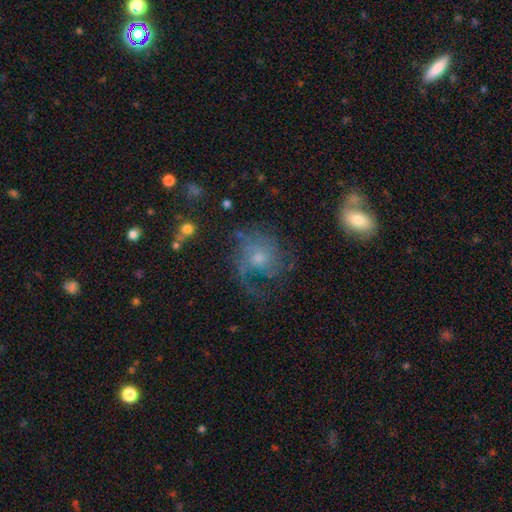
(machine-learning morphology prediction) featured or disk 67%, smooth 22%, star or artifact 12%. Down the decision tree: edge-on disk — no (97%); bar — no (74%); spiral arms — yes (86%); spiral arm count — 1 (32%); spiral winding — medium (39%); bulge size — moderate (52%); merging — none (50%).